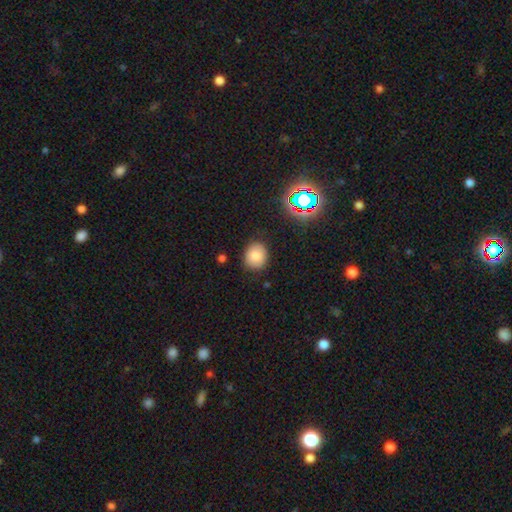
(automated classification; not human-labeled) This appears to be a smooth galaxy with no disk features (79%) that is round (72%). Merging: none (85%).